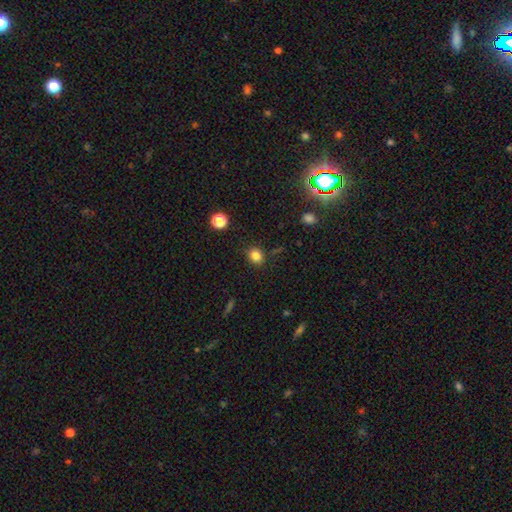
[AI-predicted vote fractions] Smooth or featured? Predicted: smooth (p=0.82). How rounded? Predicted: round (p=0.66). Merging? Predicted: none (p=0.85).